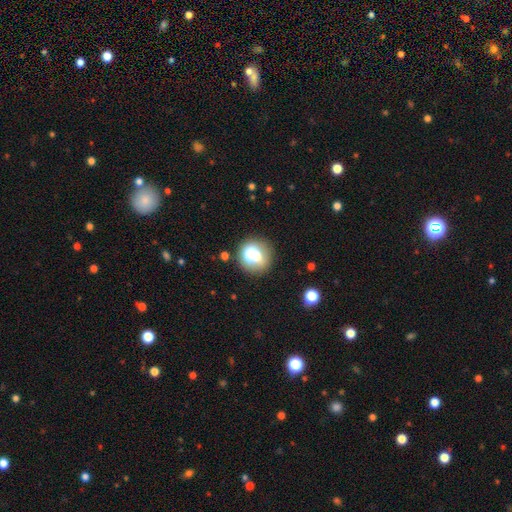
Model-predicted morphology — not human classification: smooth_or_featured: smooth (p=0.64) [alt: star or artifact p=0.20]
how_rounded: round (p=0.81) [alt: in between p=0.18]
merging: none (p=0.67) [alt: minor disturbance p=0.14]